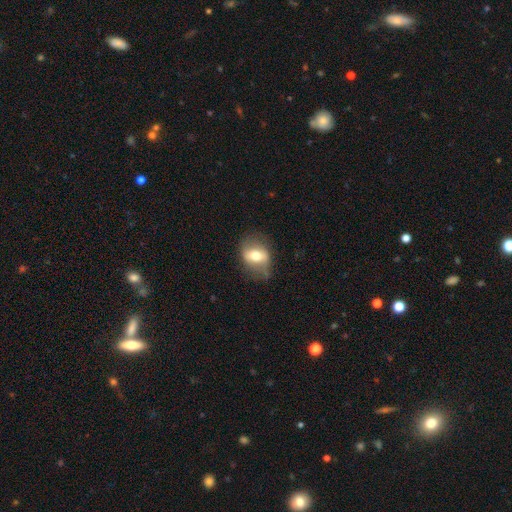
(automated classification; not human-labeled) The model was most divided on "smooth or featured": smooth: 52%, featured or disk: 40%, star or artifact: 8%. More confident: merging — none (67%); how rounded — in between (66%).